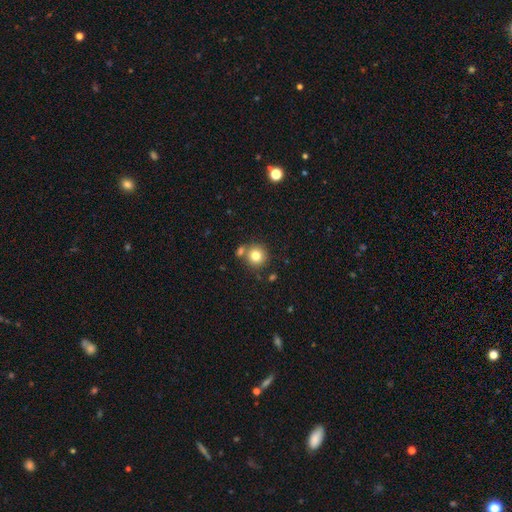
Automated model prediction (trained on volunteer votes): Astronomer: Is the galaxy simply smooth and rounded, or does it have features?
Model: smooth — 80%.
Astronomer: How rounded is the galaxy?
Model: round — 92%.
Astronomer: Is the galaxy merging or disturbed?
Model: none — 70%.